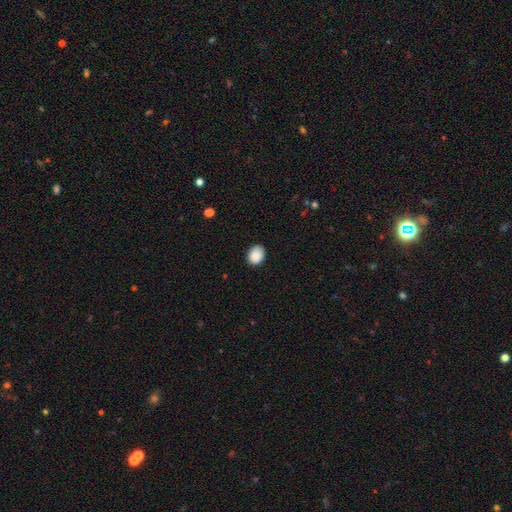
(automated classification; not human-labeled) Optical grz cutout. It shows a smooth galaxy with no disk features (89%) that is round (50%). Merging: none (86%).